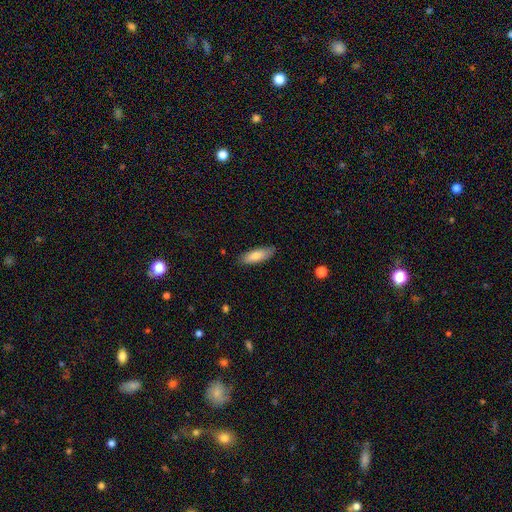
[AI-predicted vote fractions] Morphology: type=smooth (77%); roundness=in between (61%); merging=none (85%).